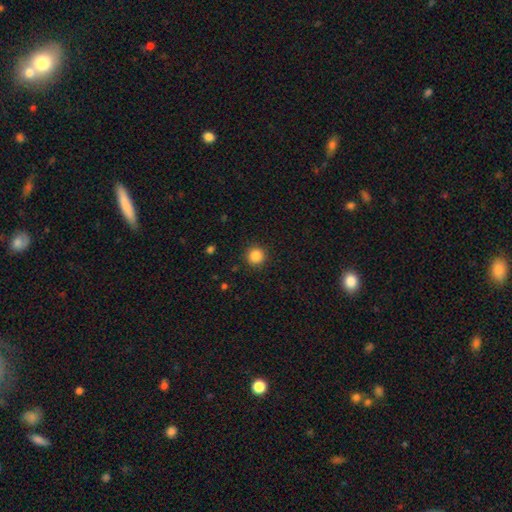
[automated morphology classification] Smooth or featured: smooth — 86% (star or artifact — 11%)
How rounded: round — 95% (in between — 4%)
Merging: none — 92% (minor disturbance — 5%)